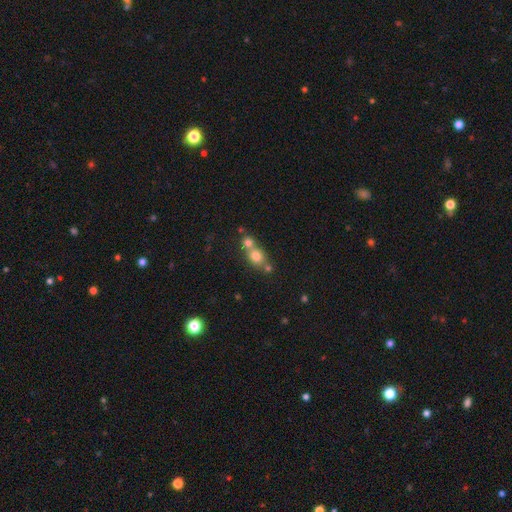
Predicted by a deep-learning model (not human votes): Smooth or featured?
  - smooth: 74% *
  - featured or disk: 14%
  - star or artifact: 13%
How rounded?
  - round: 74% *
  - in between: 24%
  - cigar-shaped: 2%
Merging?
  - merger: 54% *
  - none: 37%
  - minor disturbance: 6%
  - major disturbance: 3%